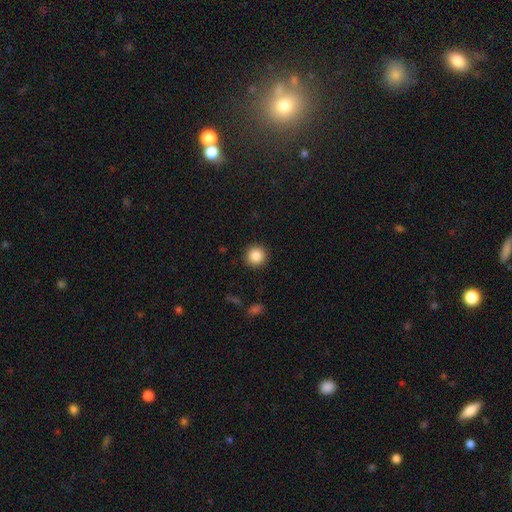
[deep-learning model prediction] smooth-or-featured: smooth: 87% | star or artifact: 9% | featured or disk: 4%
  how-rounded: round: 94% | in between: 5% | cigar-shaped: 1%
  merging: none: 92% | minor disturbance: 5% | major disturbance: 2% | merger: 1%